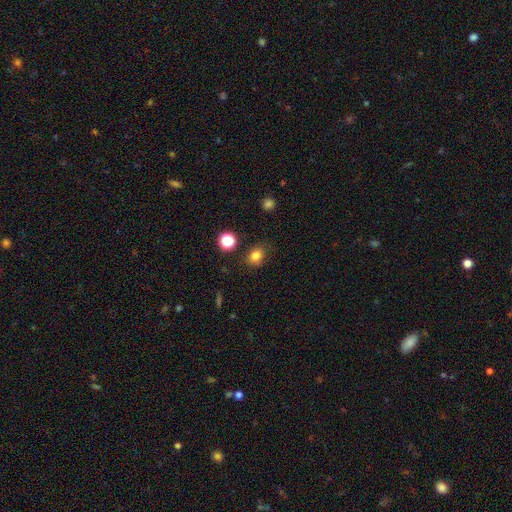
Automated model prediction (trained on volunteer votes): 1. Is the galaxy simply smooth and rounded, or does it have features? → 80% smooth, 14% star or artifact, 6% featured or disk.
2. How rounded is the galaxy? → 51% round, 48% in between, 1% cigar-shaped.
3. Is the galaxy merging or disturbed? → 78% none, 15% minor disturbance, 4% major disturbance, 3% merger.